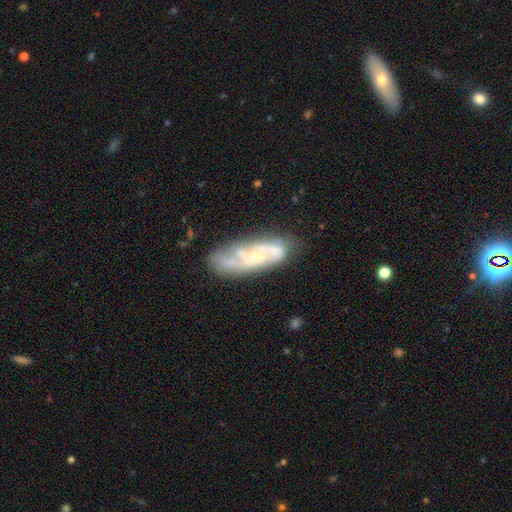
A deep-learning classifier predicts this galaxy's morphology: Smooth or featured? Predicted: featured or disk (p=0.74). Edge-on disk? Predicted: no (p=0.89). Bar? Predicted: no (p=0.64). Spiral arms? Predicted: yes (p=0.87). Spiral winding? Predicted: medium (p=0.45). Spiral arm count? Predicted: 2 (p=0.35). Bulge size? Predicted: small (p=0.60). Merging? Predicted: none (p=0.64).